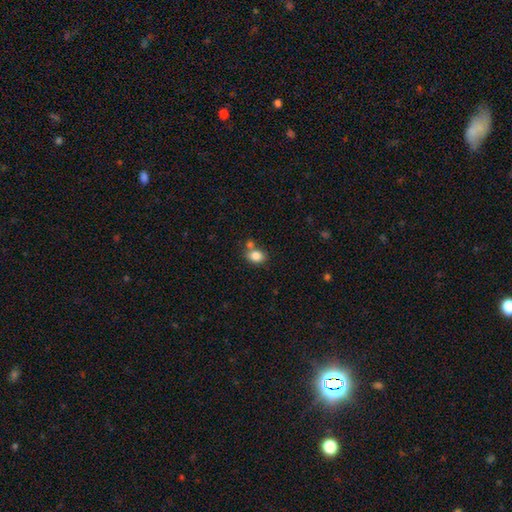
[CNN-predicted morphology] smooth_or_featured: smooth (p=0.84) [alt: star or artifact p=0.10]
how_rounded: in between (p=0.57) [alt: round p=0.42]
merging: none (p=0.58) [alt: merger p=0.26]